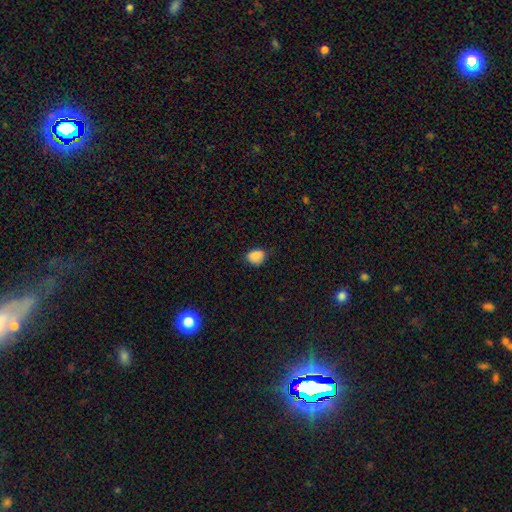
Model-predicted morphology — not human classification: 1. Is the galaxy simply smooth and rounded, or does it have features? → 85% smooth, 9% star or artifact, 5% featured or disk.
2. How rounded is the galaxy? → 59% in between, 40% round, 1% cigar-shaped.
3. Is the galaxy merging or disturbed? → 65% none, 29% minor disturbance, 5% major disturbance, 1% merger.